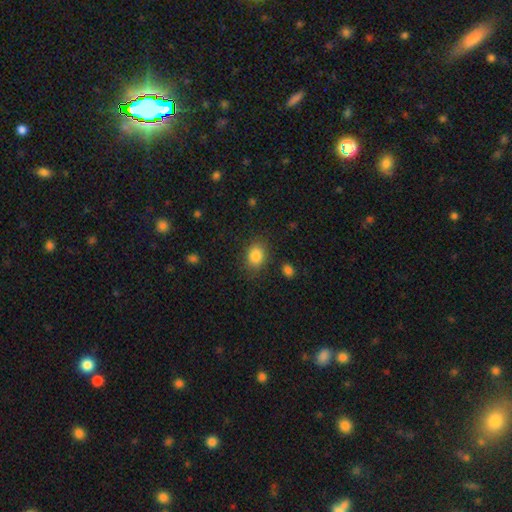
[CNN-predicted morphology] Smooth or featured? smooth (85%)
How rounded? in between (62%)
Merging? none (80%)